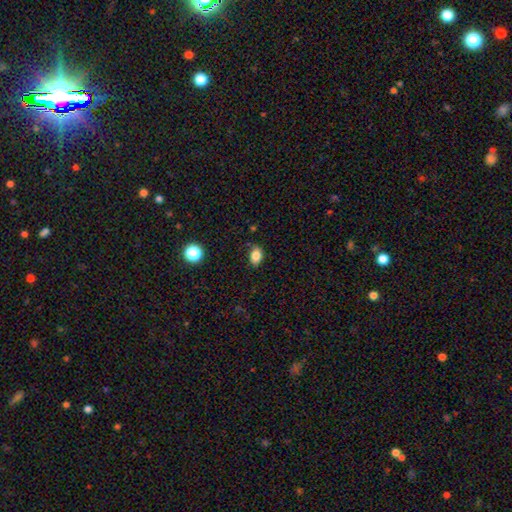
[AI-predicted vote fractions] Morphology: type=smooth (83%); roundness=in between (81%); merging=none (82%).